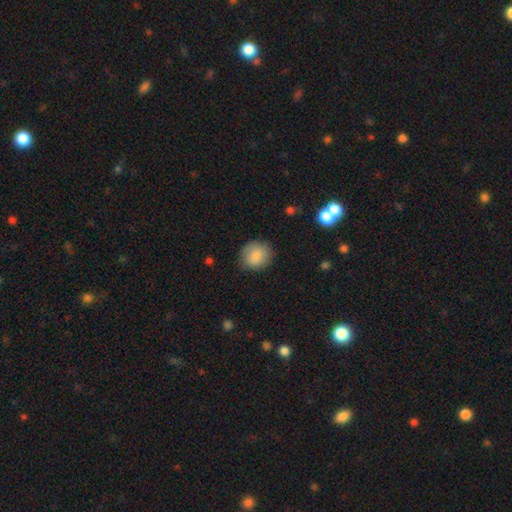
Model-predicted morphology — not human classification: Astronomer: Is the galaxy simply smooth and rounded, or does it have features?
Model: smooth — 85%.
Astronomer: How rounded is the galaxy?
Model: round — 76%.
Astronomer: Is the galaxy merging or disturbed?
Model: none — 82%.